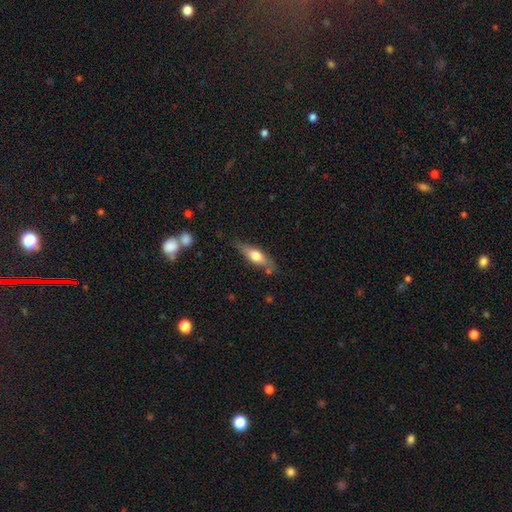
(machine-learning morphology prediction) smooth-or-featured: smooth: 53% | featured or disk: 40% | star or artifact: 6%
  how-rounded: in between: 49% | cigar-shaped: 47% | round: 3%
  merging: none: 71% | minor disturbance: 20% | major disturbance: 5% | merger: 4%